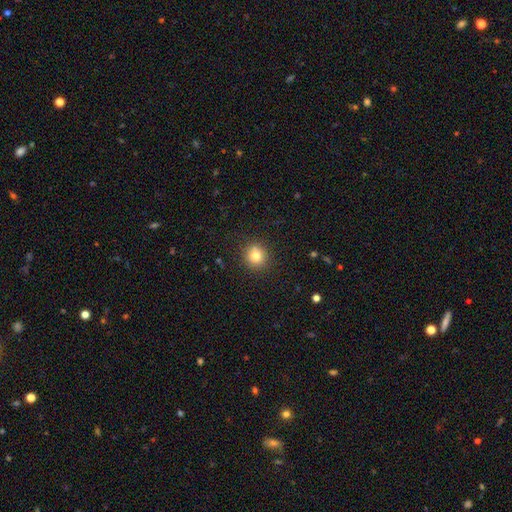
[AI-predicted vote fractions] The model was most divided on "smooth or featured": smooth: 79%, star or artifact: 13%, featured or disk: 8%. More confident: how rounded — round (91%); merging — none (88%).